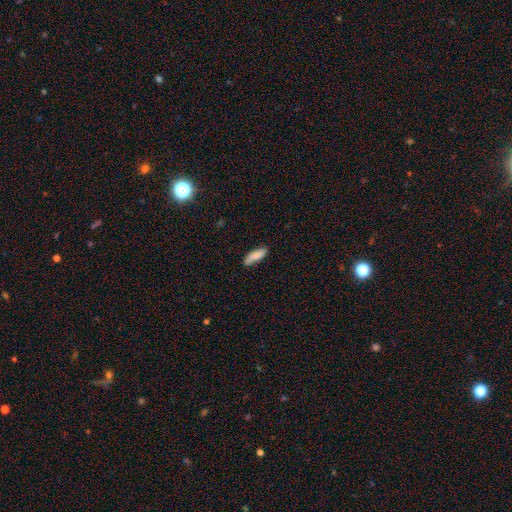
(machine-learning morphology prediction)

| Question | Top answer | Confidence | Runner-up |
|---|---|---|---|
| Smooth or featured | smooth | 83% | featured or disk (11%) |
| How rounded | in between | 52% | cigar-shaped (47%) |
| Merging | none | 80% | minor disturbance (16%) |